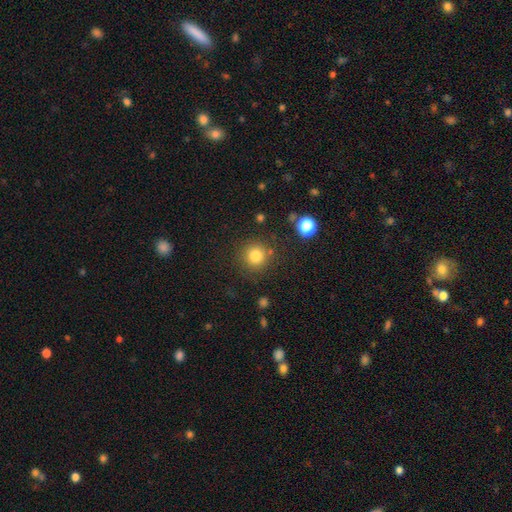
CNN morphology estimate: A smooth galaxy with no disk features (81%) that is round (93%). Merging: none (84%).